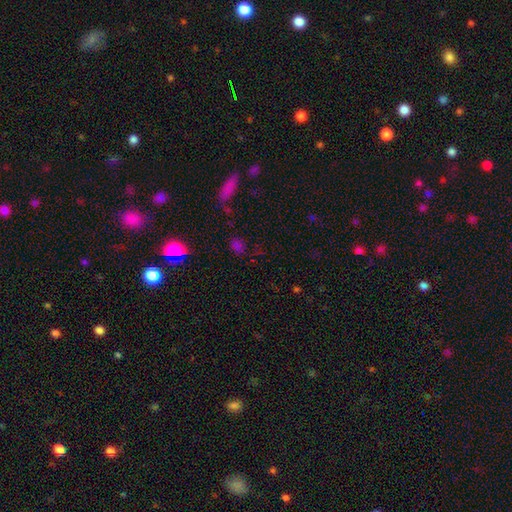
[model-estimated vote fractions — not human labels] Smooth or featured?
  - smooth: 48% *
  - star or artifact: 45%
  - featured or disk: 7%
Merging?
  - none: 77% *
  - minor disturbance: 12%
  - major disturbance: 6%
  - merger: 5%